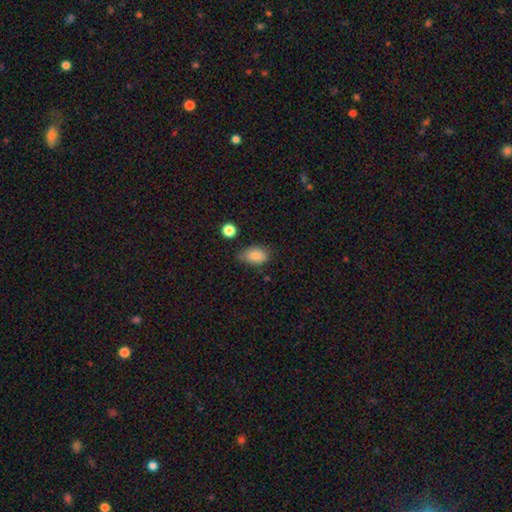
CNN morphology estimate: A smooth galaxy with no disk features (85%) that is in between round and cigar-shaped (87%).

Vote fractions:
- Smooth or featured? smooth: 85% / star or artifact: 9% / featured or disk: 7%
- How rounded? in between: 87% / round: 12% / cigar-shaped: 2%
- Merging? none: 57% / minor disturbance: 33% / major disturbance: 6% / merger: 3%